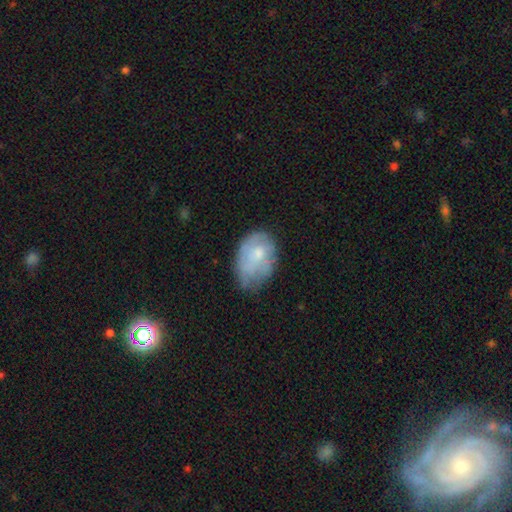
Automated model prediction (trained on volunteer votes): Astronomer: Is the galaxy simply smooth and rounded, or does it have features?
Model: smooth — 57% (runner-up: featured or disk, 36%).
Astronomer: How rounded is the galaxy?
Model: in between — 79%.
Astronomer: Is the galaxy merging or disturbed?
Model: none — 44% (runner-up: minor disturbance, 39%).